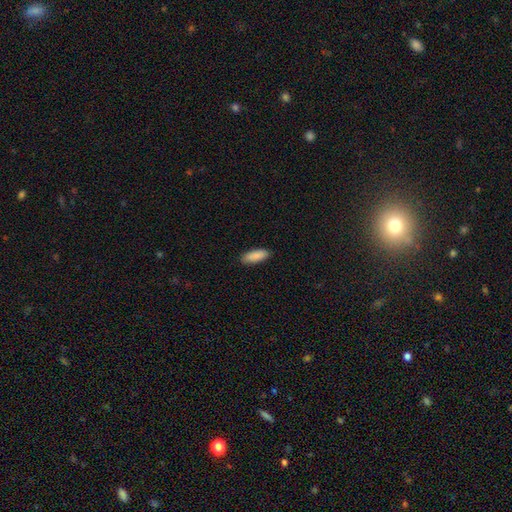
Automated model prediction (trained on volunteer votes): smooth_or_featured: smooth (p=0.90) [alt: star or artifact p=0.06]
how_rounded: in between (p=0.69) [alt: cigar-shaped p=0.29]
merging: none (p=0.88) [alt: minor disturbance p=0.09]